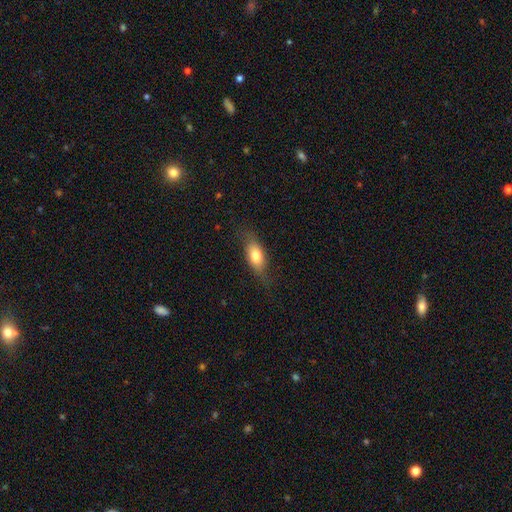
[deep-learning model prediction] Smooth or featured? Predicted: smooth (p=0.70). How rounded? Predicted: in between (p=0.80). Merging? Predicted: none (p=0.69).